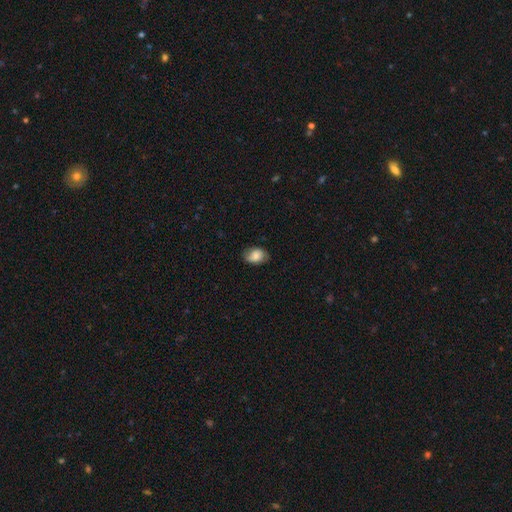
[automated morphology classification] Smooth or featured?
  - smooth: 78% *
  - featured or disk: 14%
  - star or artifact: 8%
How rounded?
  - in between: 81% *
  - round: 18%
  - cigar-shaped: 1%
Merging?
  - none: 78% *
  - minor disturbance: 17%
  - major disturbance: 4%
  - merger: 1%